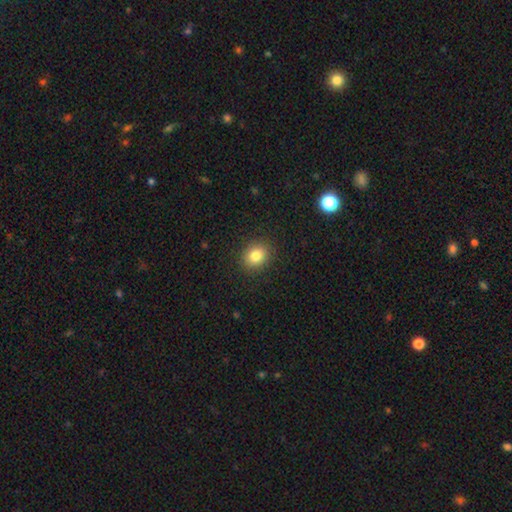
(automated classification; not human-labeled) Morphology: type=smooth (82%); roundness=round (65%); merging=none (90%).